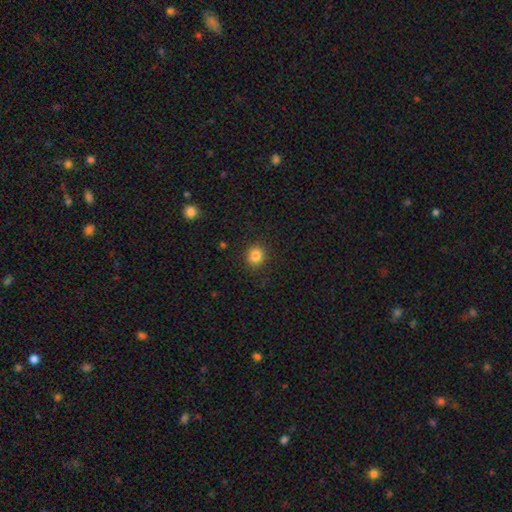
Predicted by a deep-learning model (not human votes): This appears to be a smooth galaxy with no disk features (85%) that is round (79%). Merging: none (89%).